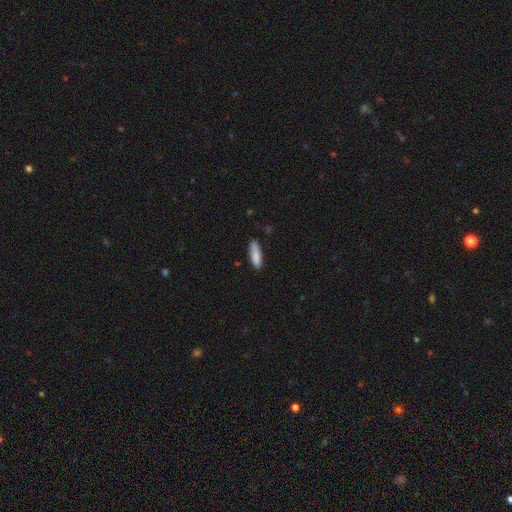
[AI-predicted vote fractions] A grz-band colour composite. It shows a smooth galaxy with no disk features (87%) that is cigar-shaped (57%). Merging: none (80%).